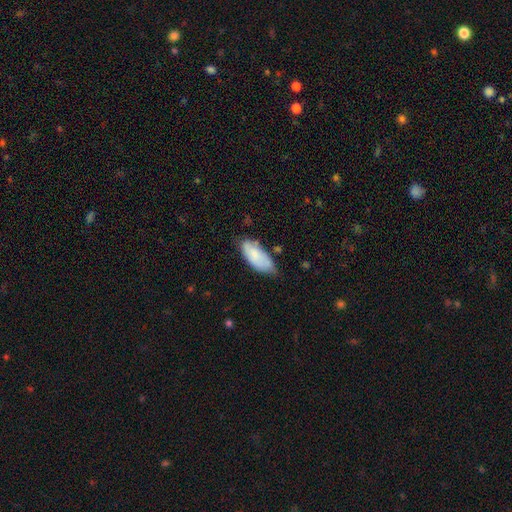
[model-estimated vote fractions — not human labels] The model was most divided on "merging": none: 55%, minor disturbance: 34%, major disturbance: 7%, merger: 4%. More confident: how rounded — in between (87%); smooth or featured — smooth (77%).